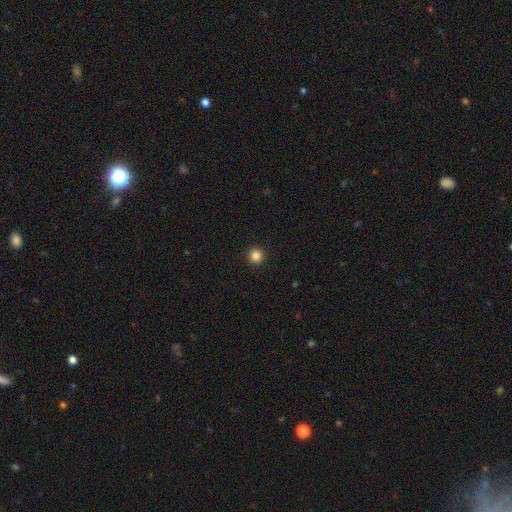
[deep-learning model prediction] The model was most divided on "smooth or featured": smooth: 84%, star or artifact: 12%, featured or disk: 4%. More confident: how rounded — round (96%); merging — none (94%).